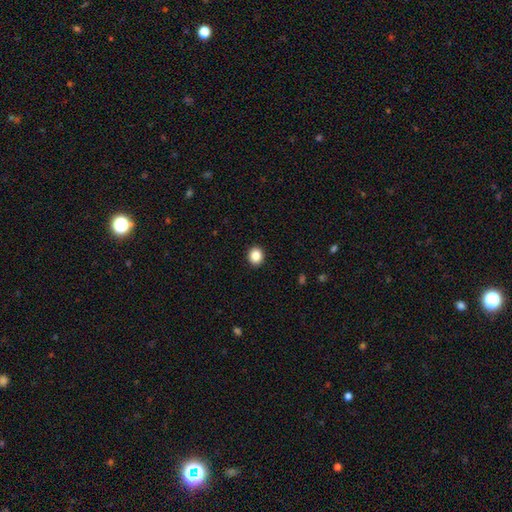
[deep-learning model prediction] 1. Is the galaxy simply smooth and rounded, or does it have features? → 87% smooth, 10% star or artifact, 4% featured or disk.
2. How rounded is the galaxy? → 77% round, 22% in between, 1% cigar-shaped.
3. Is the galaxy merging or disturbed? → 92% none, 5% minor disturbance, 2% major disturbance, 1% merger.